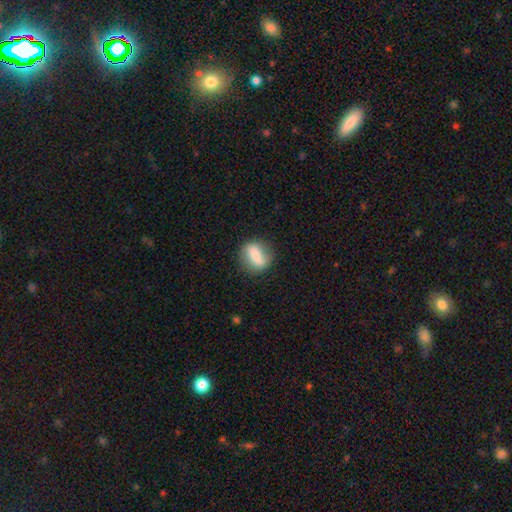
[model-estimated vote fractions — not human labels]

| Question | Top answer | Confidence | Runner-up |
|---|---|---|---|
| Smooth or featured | smooth | 63% | featured or disk (30%) |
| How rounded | round | 49% | in between (45%) |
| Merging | none | 77% | minor disturbance (16%) |